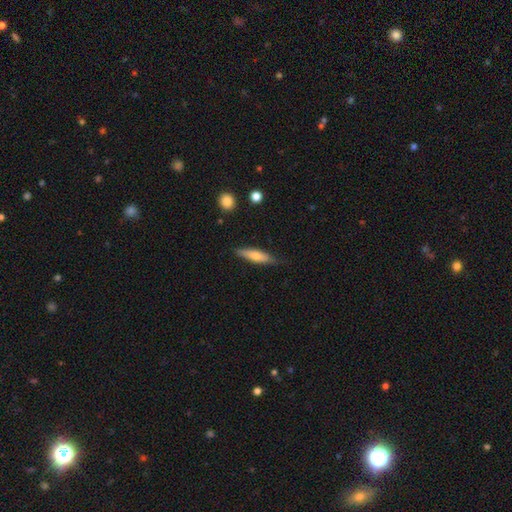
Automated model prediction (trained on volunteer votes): Smooth or featured: smooth — 58% (featured or disk — 36%)
How rounded: cigar-shaped — 76% (in between — 22%)
Merging: none — 81% (minor disturbance — 15%)